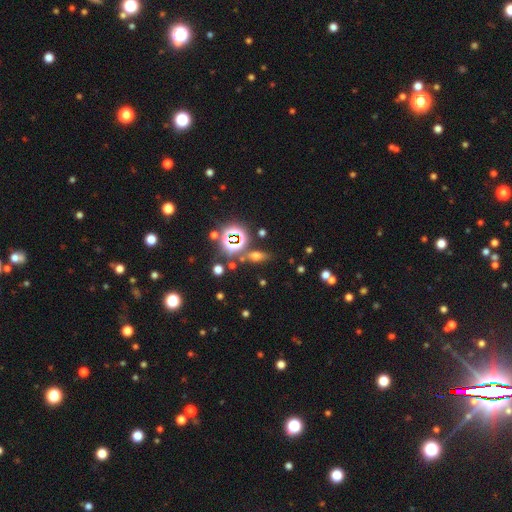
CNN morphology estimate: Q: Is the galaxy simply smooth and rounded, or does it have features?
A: smooth — 48%.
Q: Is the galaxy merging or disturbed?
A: none — 76%.